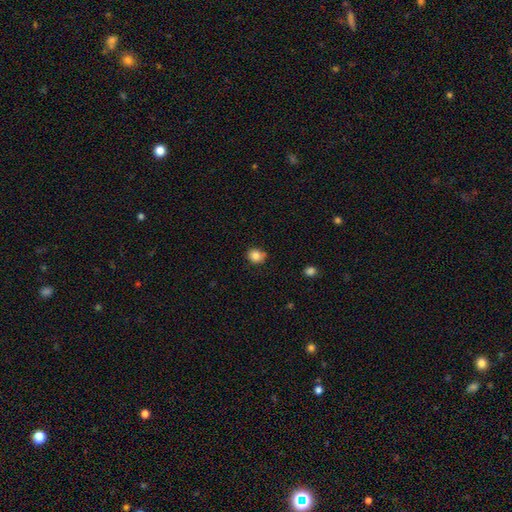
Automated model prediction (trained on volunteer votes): Morphology: type=smooth (83%); roundness=round (78%); merging=none (72%).